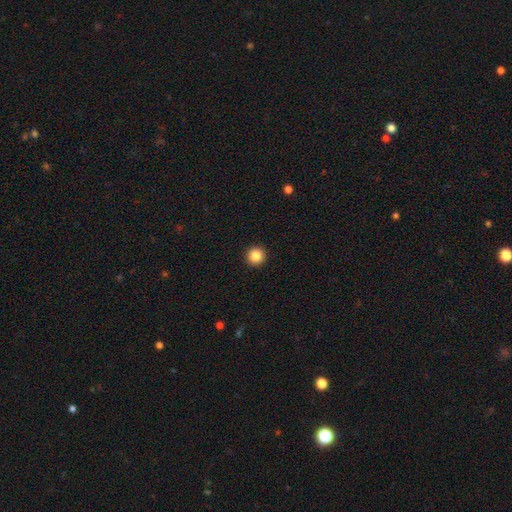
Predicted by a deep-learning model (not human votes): Overall: smooth (85%). How rounded: round (96%). Merging: none (94%).